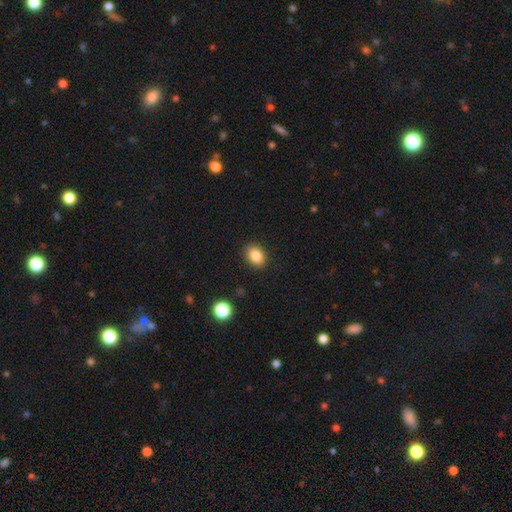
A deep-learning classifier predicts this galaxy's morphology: smooth-or-featured: smooth: 85% | star or artifact: 9% | featured or disk: 5%
  how-rounded: in between: 69% | round: 30% | cigar-shaped: 1%
  merging: none: 88% | minor disturbance: 9% | major disturbance: 2% | merger: 1%